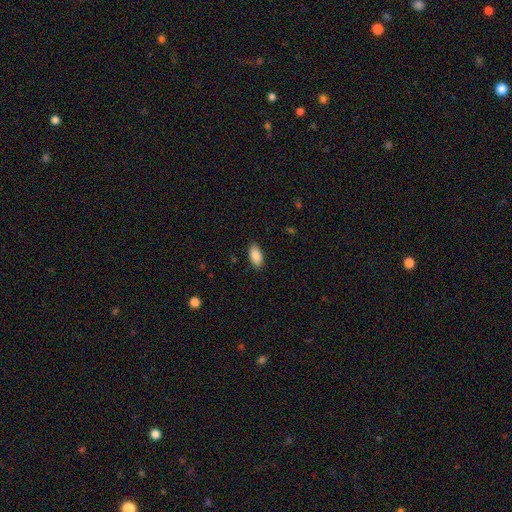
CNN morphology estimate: Q: Smooth or featured?
A: smooth (89%); runner-up: star or artifact (7%)
Q: How rounded?
A: in between (93%); runner-up: cigar-shaped (5%)
Q: Merging?
A: none (87%); runner-up: minor disturbance (9%)